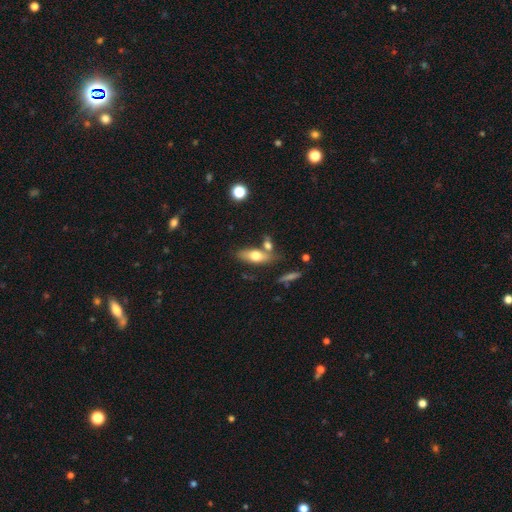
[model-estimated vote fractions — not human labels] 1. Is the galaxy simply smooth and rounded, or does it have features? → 66% smooth, 26% featured or disk, 8% star or artifact.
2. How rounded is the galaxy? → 71% in between, 25% cigar-shaped, 4% round.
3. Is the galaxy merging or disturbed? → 60% none, 20% merger, 15% minor disturbance, 5% major disturbance.